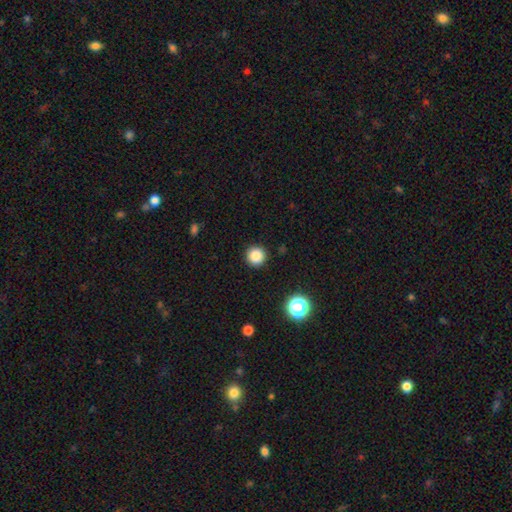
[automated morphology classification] Smooth or featured?
  - smooth: 85% *
  - star or artifact: 11%
  - featured or disk: 4%
How rounded?
  - round: 96% *
  - in between: 3%
  - cigar-shaped: 1%
Merging?
  - none: 92% *
  - minor disturbance: 5%
  - major disturbance: 2%
  - merger: 1%